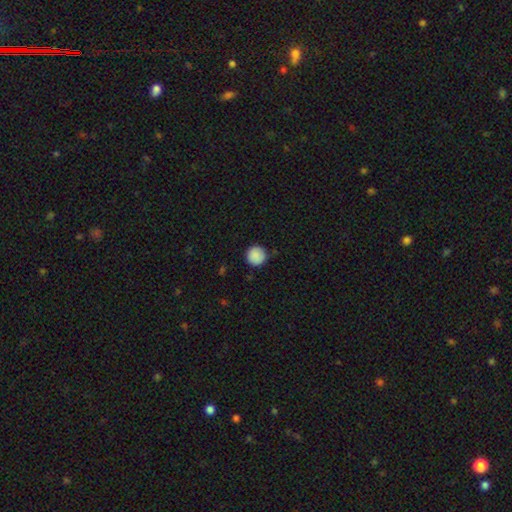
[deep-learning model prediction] Smooth or featured? Predicted: smooth (p=0.89). How rounded? Predicted: round (p=0.95). Merging? Predicted: none (p=0.88).